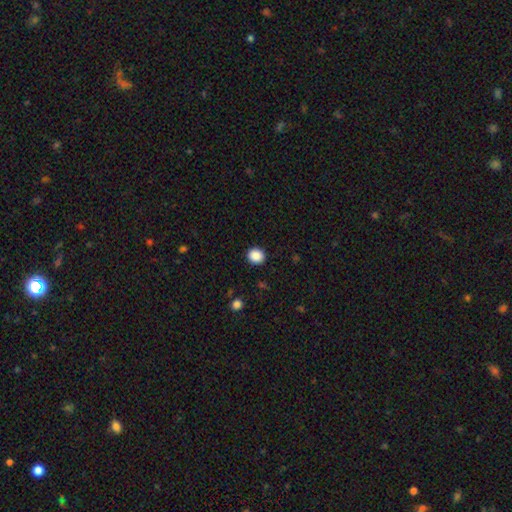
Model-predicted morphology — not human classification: A smooth galaxy with no disk features (88%) that is round (80%). Merging: none (92%).